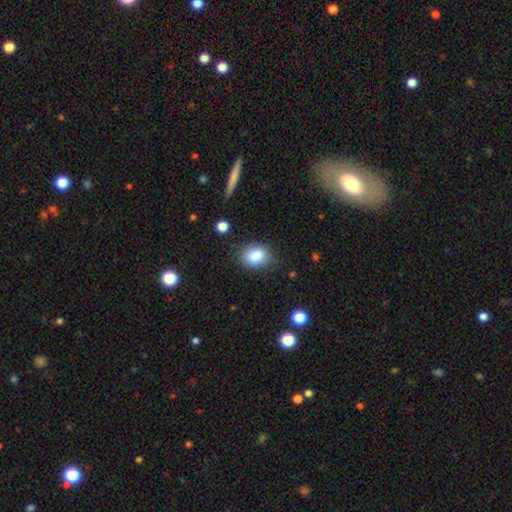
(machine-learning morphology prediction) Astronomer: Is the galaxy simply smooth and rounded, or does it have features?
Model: smooth — 84%.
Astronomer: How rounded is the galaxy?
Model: in between — 63%.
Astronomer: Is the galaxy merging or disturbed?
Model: none — 80%.